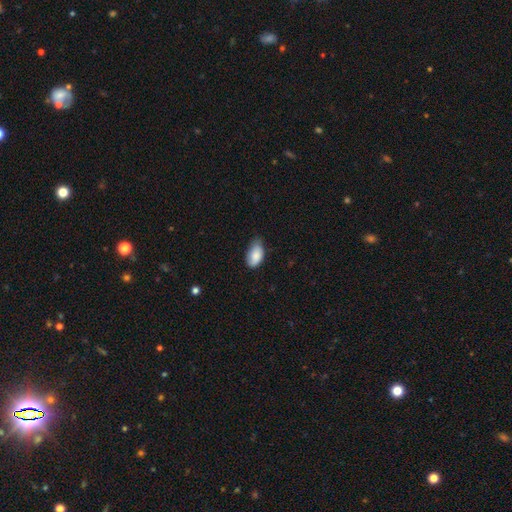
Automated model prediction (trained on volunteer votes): Smooth or featured? Predicted: smooth (p=0.85). How rounded? Predicted: in between (p=0.94). Merging? Predicted: none (p=0.56).